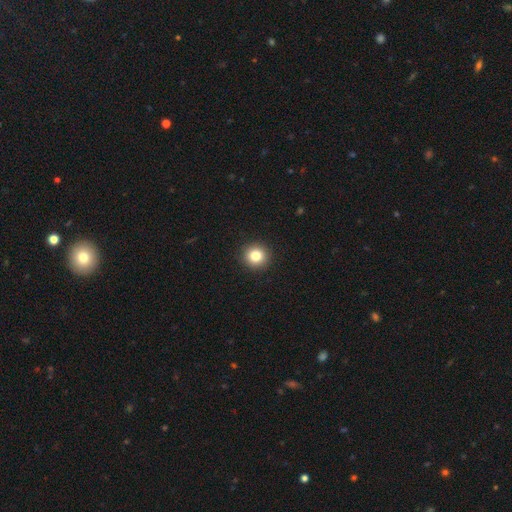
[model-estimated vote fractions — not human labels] A smooth galaxy with no disk features (83%) that is round (94%).

Vote fractions:
- Smooth or featured? smooth: 83% / star or artifact: 11% / featured or disk: 7%
- How rounded? round: 94% / in between: 5% / cigar-shaped: 1%
- Merging? none: 93% / minor disturbance: 4% / major disturbance: 2% / merger: 1%